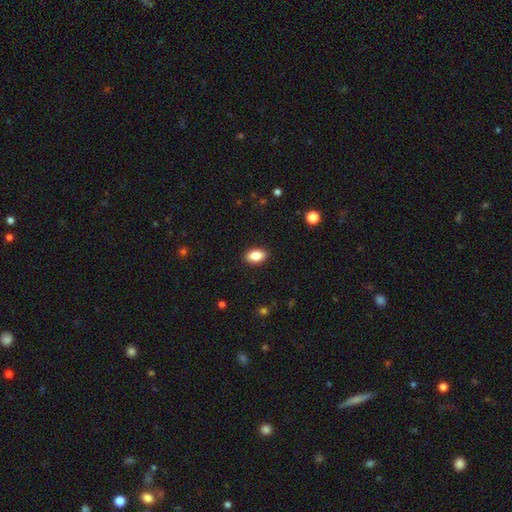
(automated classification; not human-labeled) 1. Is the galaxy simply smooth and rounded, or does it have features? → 86% smooth, 8% star or artifact, 6% featured or disk.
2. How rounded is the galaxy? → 91% in between, 7% round, 2% cigar-shaped.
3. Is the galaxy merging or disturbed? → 90% none, 7% minor disturbance, 2% major disturbance, 1% merger.